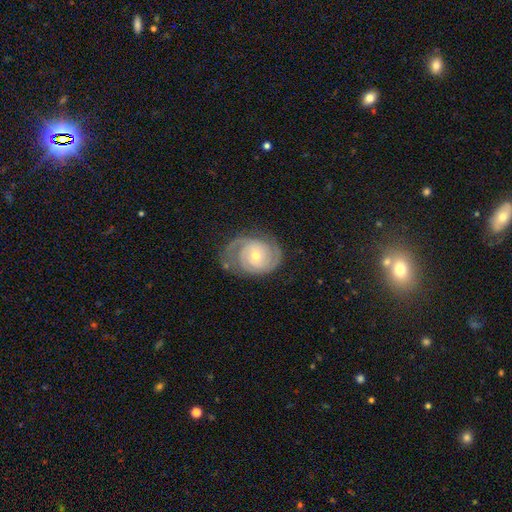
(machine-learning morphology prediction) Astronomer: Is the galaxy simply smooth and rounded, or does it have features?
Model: featured or disk — 86%.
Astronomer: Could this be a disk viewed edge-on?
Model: no — 97%.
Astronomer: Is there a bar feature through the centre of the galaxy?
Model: no — 67%.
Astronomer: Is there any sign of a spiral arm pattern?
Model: yes — 97%.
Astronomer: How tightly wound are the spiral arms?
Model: tight — 65%.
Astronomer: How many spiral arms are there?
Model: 2 — 69%.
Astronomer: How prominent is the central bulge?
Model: moderate — 49% (runner-up: small, 47%).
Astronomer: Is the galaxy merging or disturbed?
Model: none — 71%.